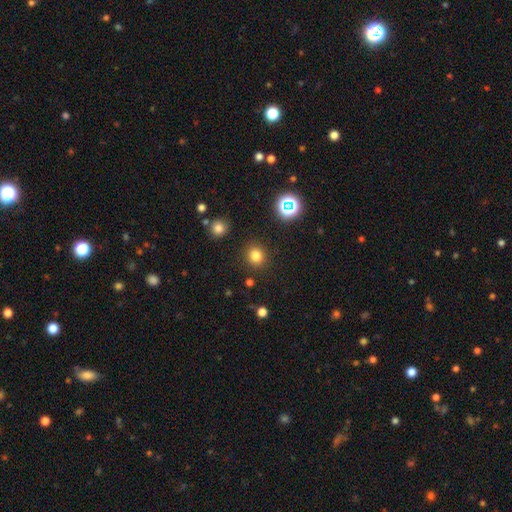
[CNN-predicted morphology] The model was most divided on "smooth or featured": smooth: 79%, star or artifact: 16%, featured or disk: 5%. More confident: merging — none (89%); how rounded — round (87%).